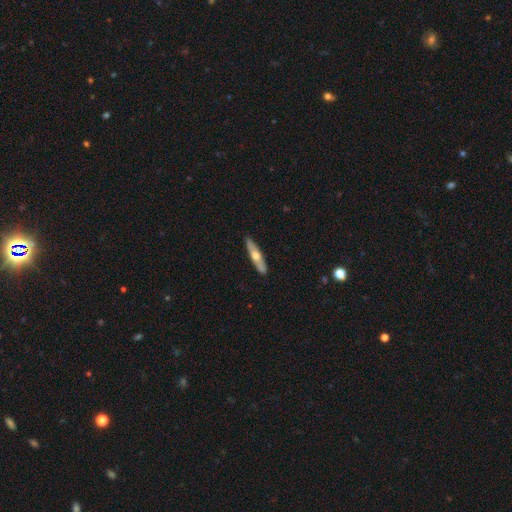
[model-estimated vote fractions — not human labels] The model was most divided on "smooth or featured": featured or disk: 48%, smooth: 47%, star or artifact: 5%. More confident: merging — none (90%).